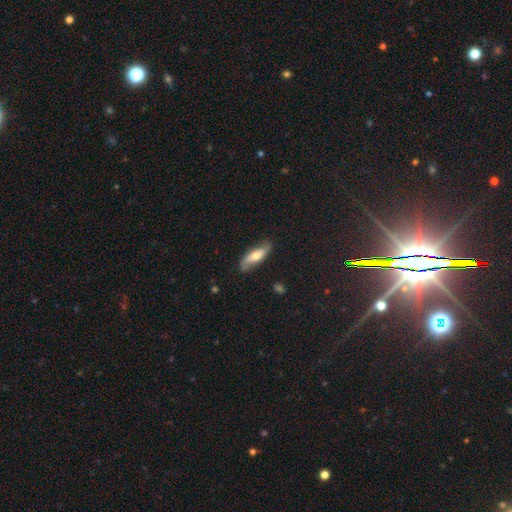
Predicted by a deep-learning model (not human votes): A featured or disk galaxy (52%). Merging: none (76%).